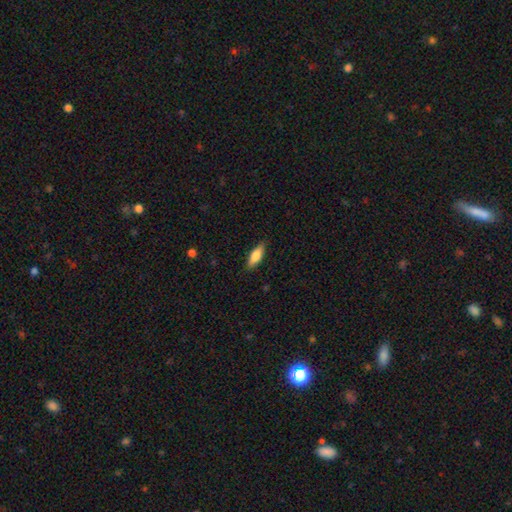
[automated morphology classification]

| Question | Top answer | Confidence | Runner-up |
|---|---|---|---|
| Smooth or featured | smooth | 76% | featured or disk (17%) |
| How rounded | in between | 64% | cigar-shaped (34%) |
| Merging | none | 86% | minor disturbance (10%) |